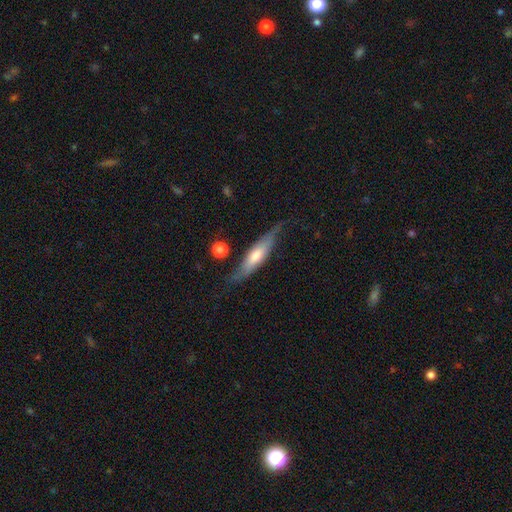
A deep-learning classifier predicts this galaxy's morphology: featured or disk 55%, smooth 39%, star or artifact 6%. Down the decision tree: edge-on disk — yes (76%); merging — none (66%).